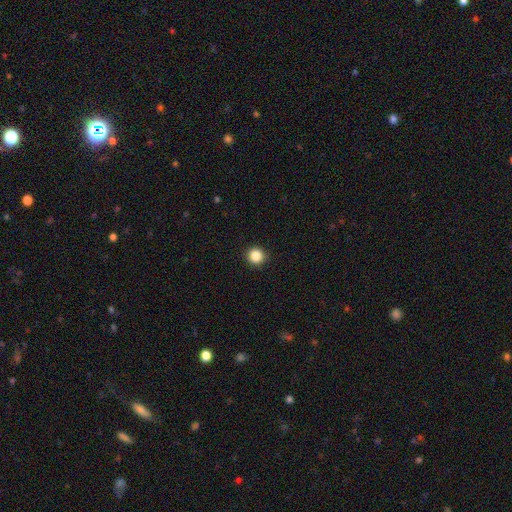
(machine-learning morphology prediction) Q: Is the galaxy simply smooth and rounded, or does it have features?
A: smooth — 86%.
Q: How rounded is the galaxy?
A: round — 95%.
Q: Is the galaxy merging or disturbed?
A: none — 92%.